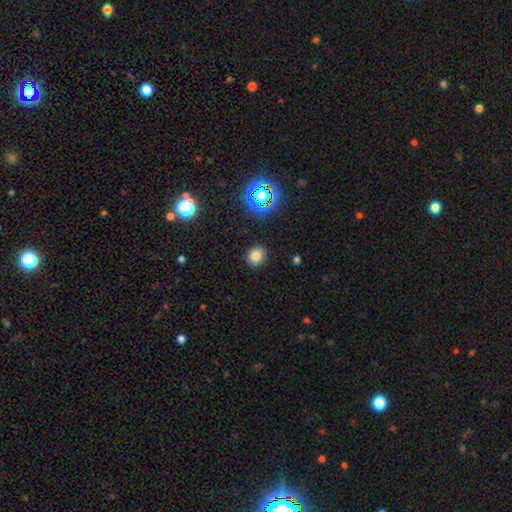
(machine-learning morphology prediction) Smooth or featured? smooth (77%)
How rounded? round (82%)
Merging? none (88%)